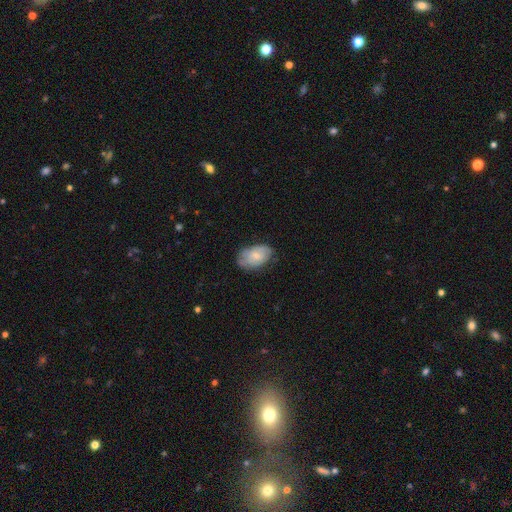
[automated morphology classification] smooth-or-featured: smooth: 56% | featured or disk: 37% | star or artifact: 7%
  how-rounded: in between: 90% | round: 9% | cigar-shaped: 1%
  merging: none: 63% | minor disturbance: 28% | major disturbance: 7% | merger: 1%